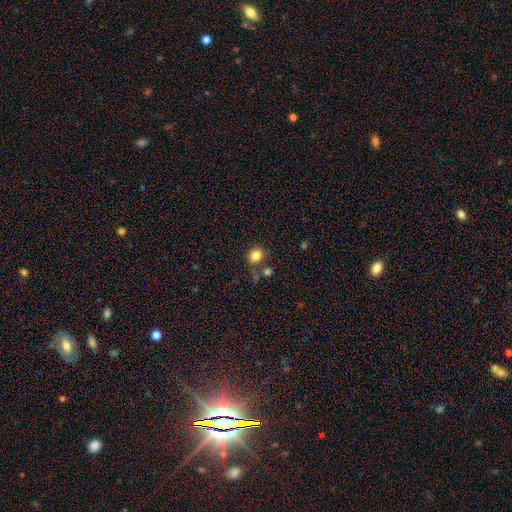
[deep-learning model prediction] This is clearly a smooth galaxy (83%). How rounded: clearly round (84%). Merging: likely none (66%).